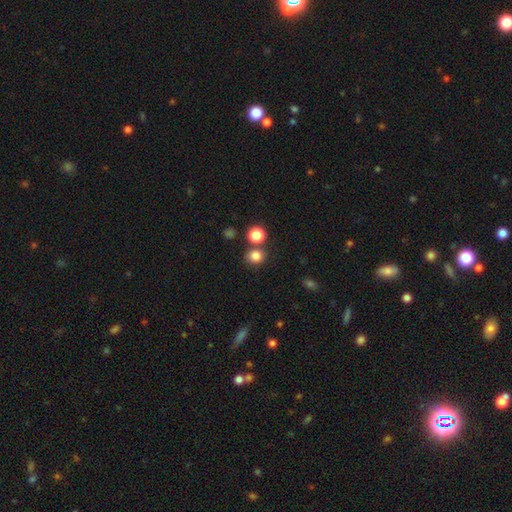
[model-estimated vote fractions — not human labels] A smooth galaxy with no disk features (82%) that is round (80%).

Vote fractions:
- Smooth or featured? smooth: 82% / star or artifact: 13% / featured or disk: 5%
- How rounded? round: 80% / in between: 19% / cigar-shaped: 1%
- Merging? none: 73% / merger: 16% / minor disturbance: 8% / major disturbance: 3%